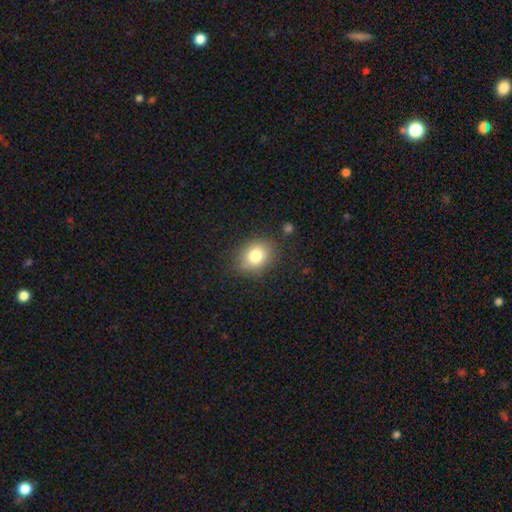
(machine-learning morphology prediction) Q: Smooth or featured?
A: smooth (79%); runner-up: star or artifact (11%)
Q: How rounded?
A: round (57%); runner-up: in between (42%)
Q: Merging?
A: none (81%); runner-up: minor disturbance (13%)